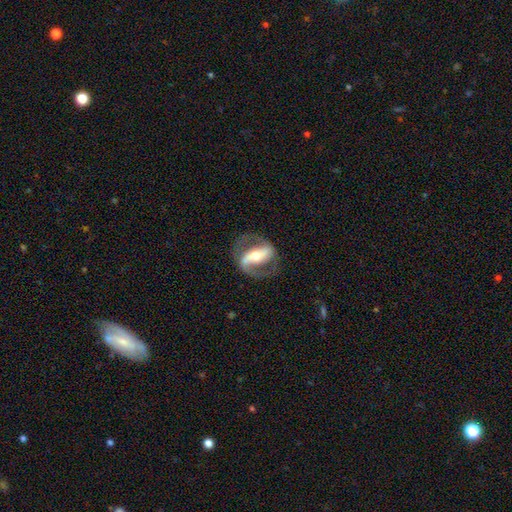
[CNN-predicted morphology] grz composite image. It shows a featured or disk galaxy (84%) with a strong bar (66%), 2 (88%) medium (49%) spiral arms (87%) and a moderate central bulge (59%). Merging: none (76%).